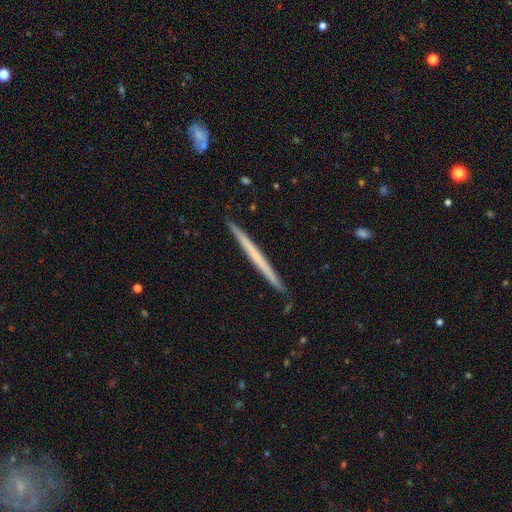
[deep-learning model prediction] Smooth or featured?
  - featured or disk: 51% *
  - smooth: 43%
  - star or artifact: 5%
Edge-on disk?
  - yes: 98% *
  - no: 2%
Edge-on bulge?
  - none: 91% *
  - rounded: 7%
  - boxy: 3%
Merging?
  - none: 91% *
  - minor disturbance: 7%
  - major disturbance: 1%
  - merger: 1%